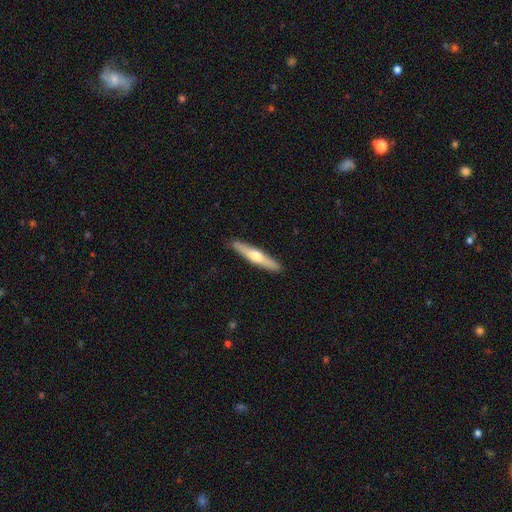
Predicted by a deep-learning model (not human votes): Morphology: type=featured or disk (52%); edge-on=yes (94%); merging=none (90%).